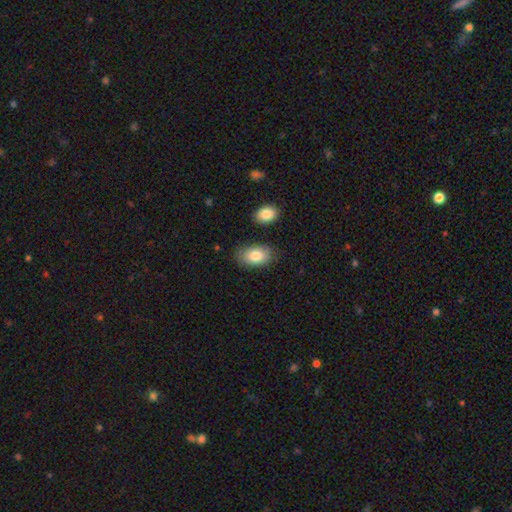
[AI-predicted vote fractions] Smooth or featured? Predicted: smooth (p=0.82). How rounded? Predicted: in between (p=0.91). Merging? Predicted: none (p=0.79).